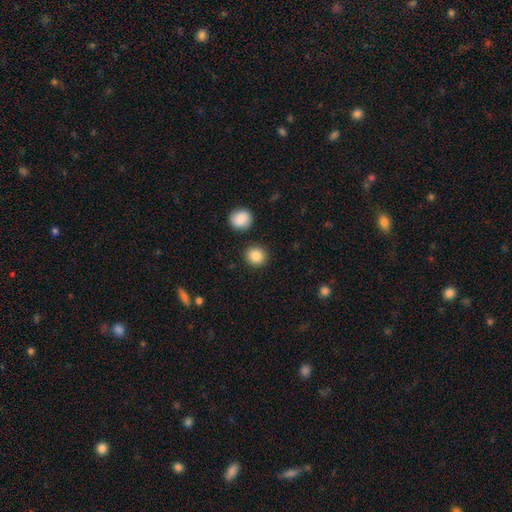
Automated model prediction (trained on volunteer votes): This is clearly a smooth galaxy (87%). How rounded: clearly round (87%). Merging: clearly none (88%).